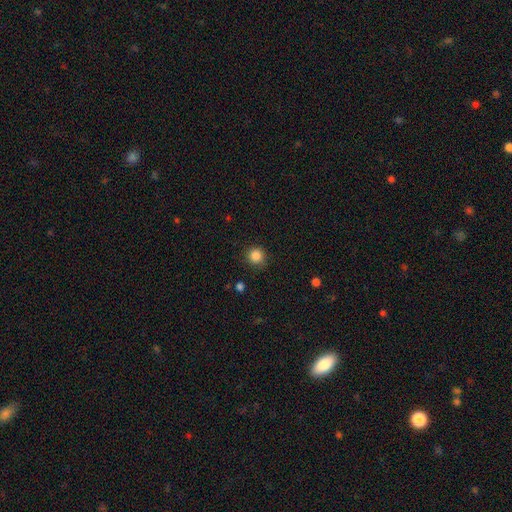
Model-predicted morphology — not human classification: Smooth or featured: smooth — 86% (star or artifact — 11%)
How rounded: round — 93% (in between — 6%)
Merging: none — 88% (minor disturbance — 8%)